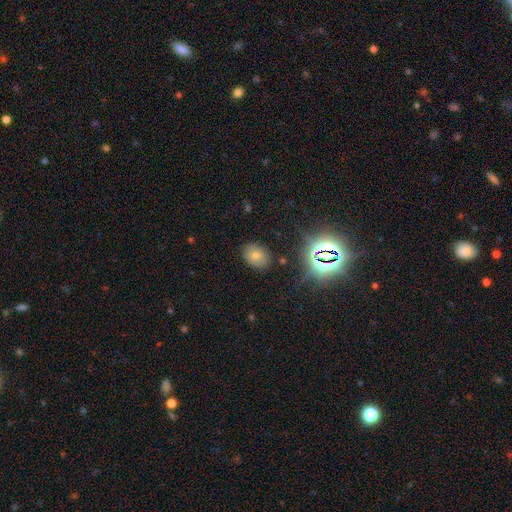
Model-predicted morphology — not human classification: A smooth galaxy with no disk features (49%).

Vote fractions:
- Smooth or featured? smooth: 49% / star or artifact: 38% / featured or disk: 13%
- Merging? none: 84% / minor disturbance: 11% / major disturbance: 3% / merger: 2%